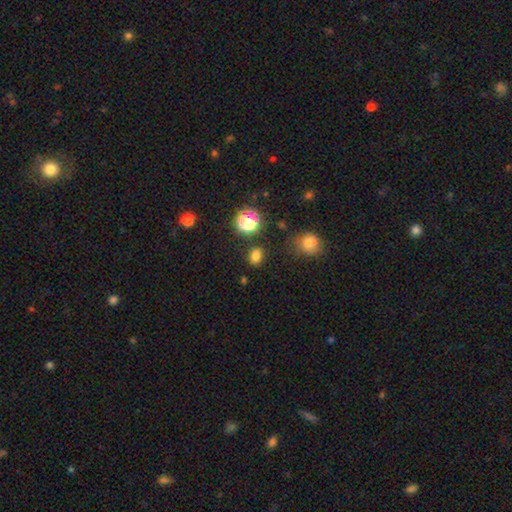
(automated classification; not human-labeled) smooth-or-featured: smooth: 75% | star or artifact: 20% | featured or disk: 5%
  how-rounded: in between: 50% | round: 49% | cigar-shaped: 1%
  merging: none: 82% | minor disturbance: 11% | merger: 4% | major disturbance: 3%